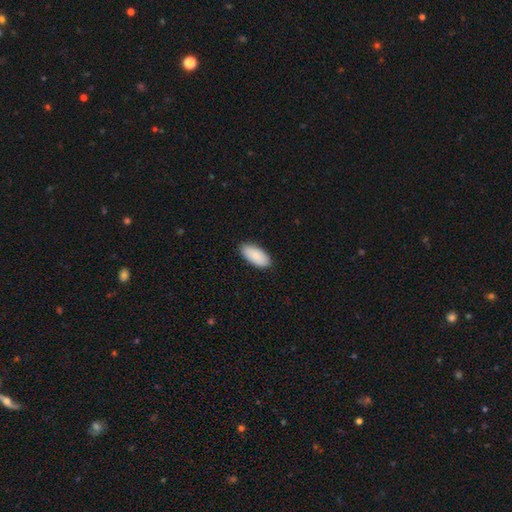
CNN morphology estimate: The model was most divided on "merging": none: 88%, minor disturbance: 9%, major disturbance: 2%, merger: 1%. More confident: how rounded — in between (92%); smooth or featured — smooth (88%).